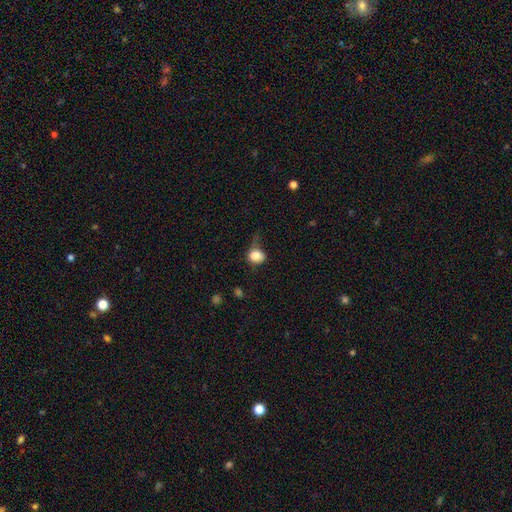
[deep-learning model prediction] Smooth or featured?
  - smooth: 83% *
  - star or artifact: 9%
  - featured or disk: 8%
How rounded?
  - round: 61% *
  - in between: 38%
  - cigar-shaped: 1%
Merging?
  - none: 35% *
  - minor disturbance: 34%
  - major disturbance: 27%
  - merger: 4%